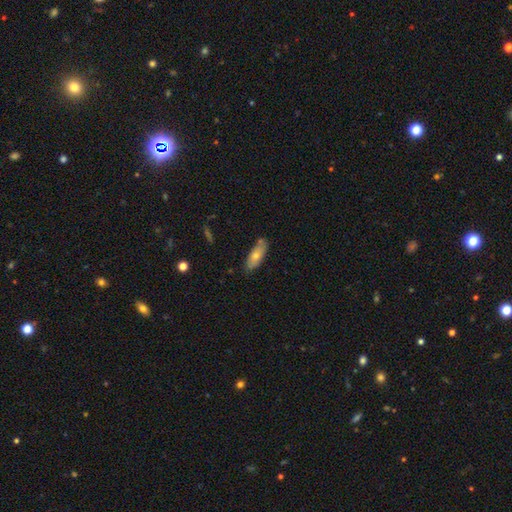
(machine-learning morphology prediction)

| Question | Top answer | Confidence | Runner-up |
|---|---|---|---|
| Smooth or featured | smooth | 58% | featured or disk (34%) |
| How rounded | in between | 66% | cigar-shaped (31%) |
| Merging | none | 78% | minor disturbance (16%) |